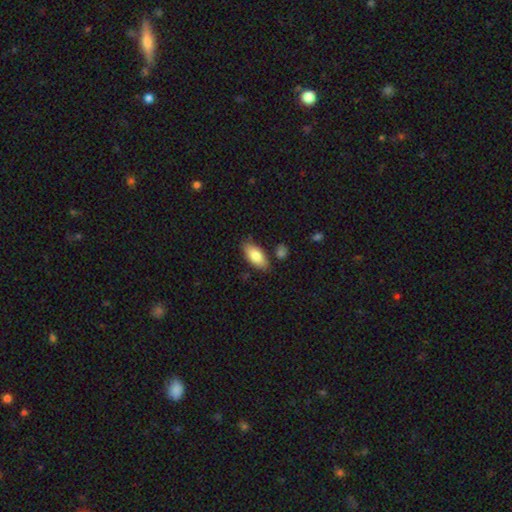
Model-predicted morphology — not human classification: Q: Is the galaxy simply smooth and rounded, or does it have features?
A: smooth — 81%.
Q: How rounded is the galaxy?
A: in between — 88%.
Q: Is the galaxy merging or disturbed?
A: none — 80%.